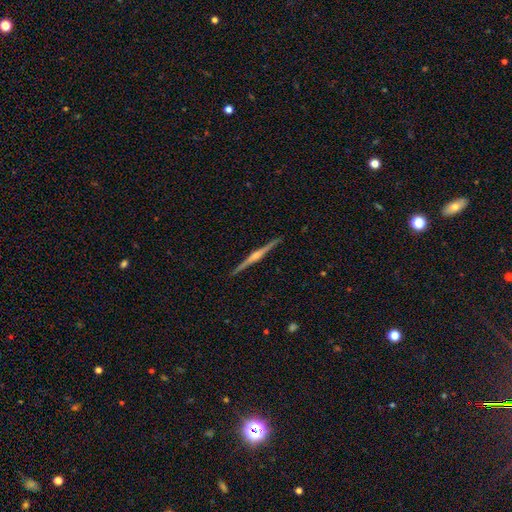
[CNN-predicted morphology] The model was most divided on "edge-on bulge": rounded: 82%, boxy: 9%, none: 8%. More confident: edge-on disk — yes (99%); merging — none (93%); smooth or featured — featured or disk (85%).